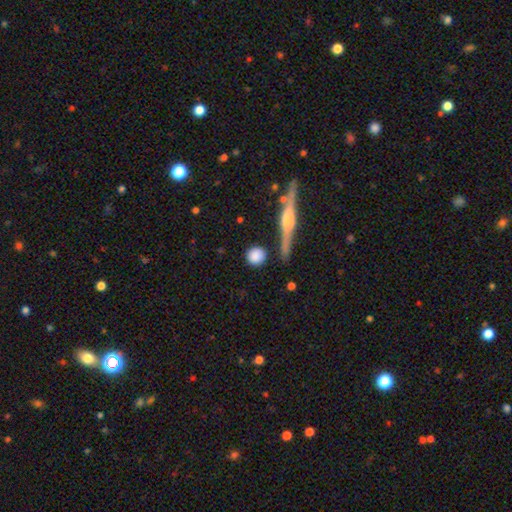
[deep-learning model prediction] This appears to be a smooth galaxy with no disk features (83%) that is round (90%). Merging: none (83%).